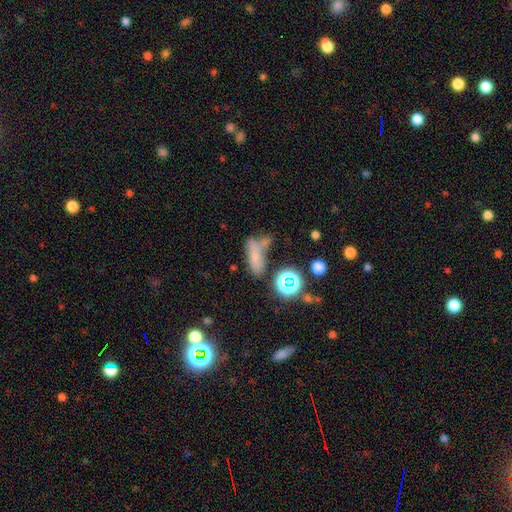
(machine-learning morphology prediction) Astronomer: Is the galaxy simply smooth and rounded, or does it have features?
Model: smooth — 59%.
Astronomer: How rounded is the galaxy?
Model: in between — 56% (runner-up: cigar-shaped, 33%).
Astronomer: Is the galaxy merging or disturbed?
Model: none — 41% (runner-up: merger, 27%).